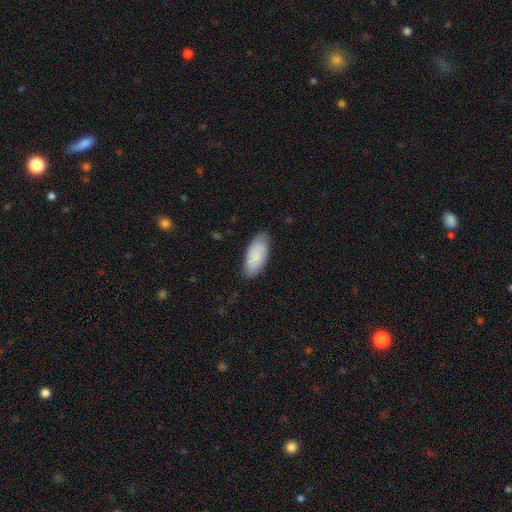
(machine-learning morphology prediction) The model was most divided on "merging": none: 78%, minor disturbance: 18%, major disturbance: 3%, merger: 1%. More confident: how rounded — in between (91%); smooth or featured — smooth (85%).